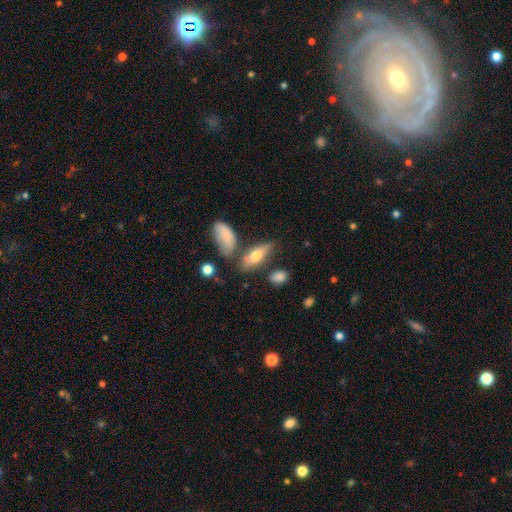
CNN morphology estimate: smooth_or_featured: smooth (p=0.62) [alt: featured or disk p=0.30]
how_rounded: in between (p=0.64) [alt: cigar-shaped p=0.32]
merging: none (p=0.56) [alt: minor disturbance p=0.21]